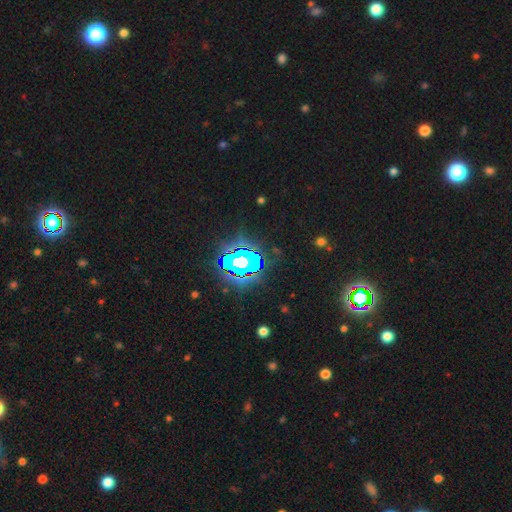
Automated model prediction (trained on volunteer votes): Q: Smooth or featured?
A: star or artifact (82%); runner-up: smooth (11%)